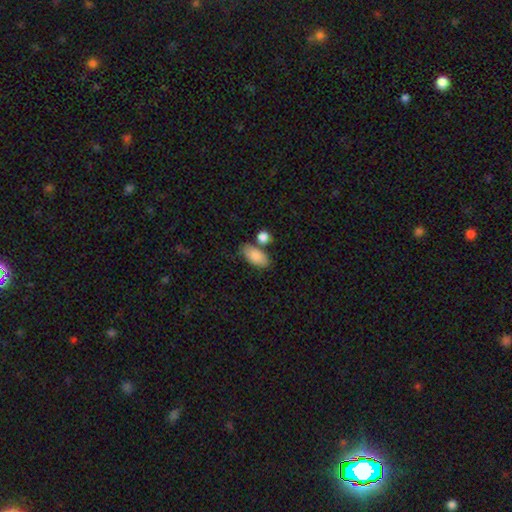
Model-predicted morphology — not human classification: The model was most divided on "merging": none: 63%, merger: 17%, minor disturbance: 15%, major disturbance: 4%. More confident: how rounded — in between (92%); smooth or featured — smooth (86%).